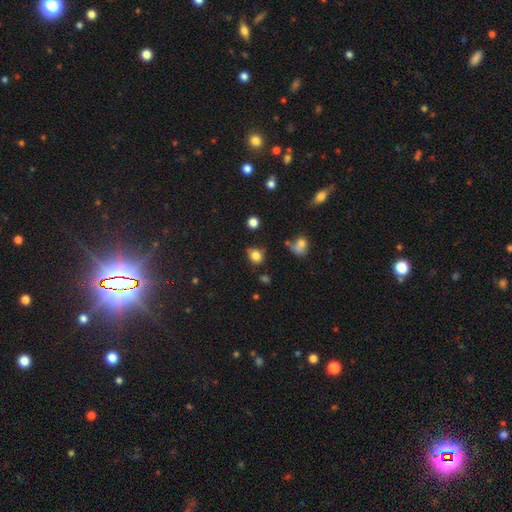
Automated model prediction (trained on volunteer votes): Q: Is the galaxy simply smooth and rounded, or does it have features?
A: smooth — 81%.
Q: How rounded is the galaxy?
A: round — 67%.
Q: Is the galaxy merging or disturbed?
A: none — 69%.